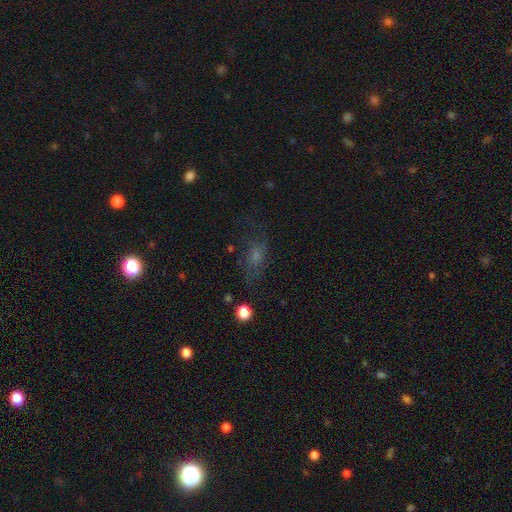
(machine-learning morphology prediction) This appears to be a smooth galaxy with no disk features (47%). Merging: none (61%).